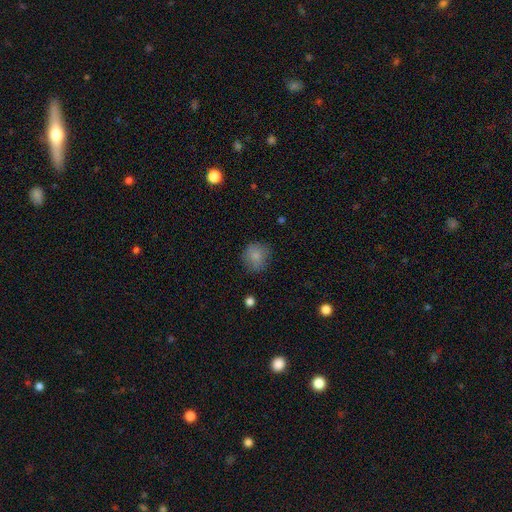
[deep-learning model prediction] This is clearly a smooth galaxy (82%). How rounded: clearly round (87%). Merging: likely none (78%).